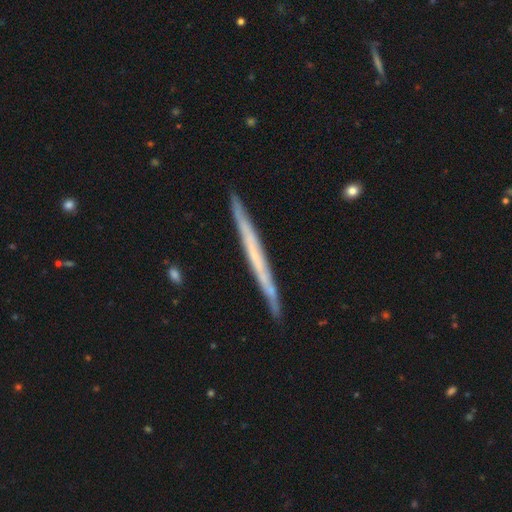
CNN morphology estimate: A featured or disk galaxy (57%) viewed edge-on (97%) with no central bulge (92%). Merging: none (90%).